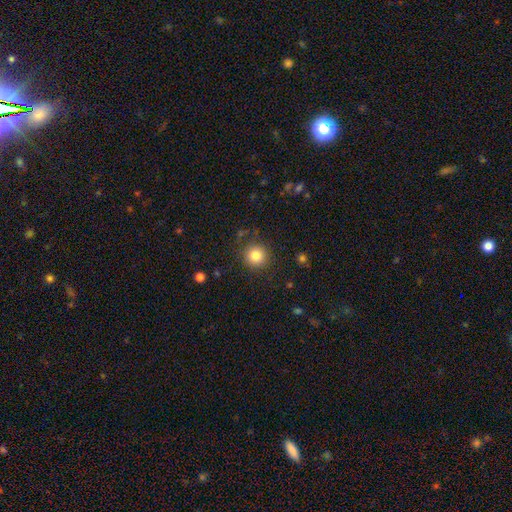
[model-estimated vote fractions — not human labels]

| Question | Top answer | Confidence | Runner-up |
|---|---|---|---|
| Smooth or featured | smooth | 82% | star or artifact (11%) |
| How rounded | round | 94% | in between (5%) |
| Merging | none | 87% | minor disturbance (8%) |